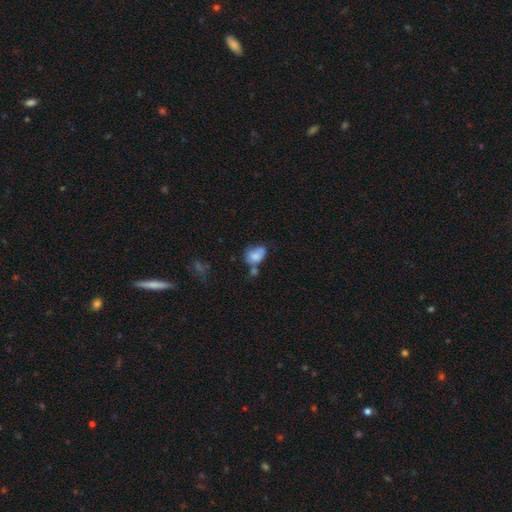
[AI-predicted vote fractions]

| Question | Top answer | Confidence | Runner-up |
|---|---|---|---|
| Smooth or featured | smooth | 75% | featured or disk (16%) |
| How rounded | in between | 70% | round (29%) |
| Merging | merger | 30% | none (29%) |